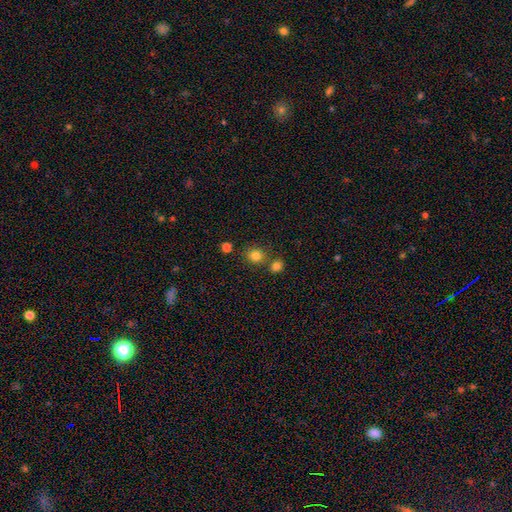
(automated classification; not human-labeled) This is clearly a smooth galaxy (81%). How rounded: clearly round (82%). Merging: likely none (73%).